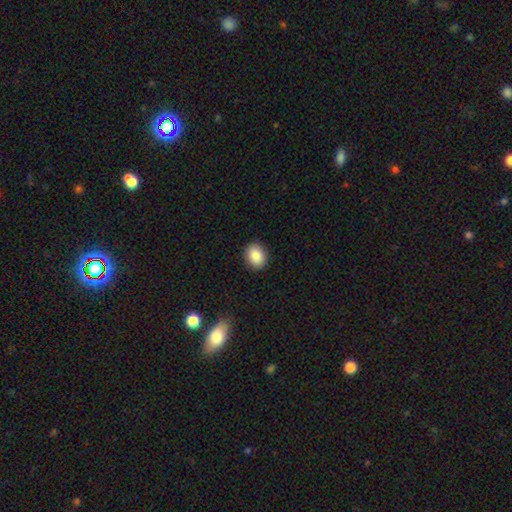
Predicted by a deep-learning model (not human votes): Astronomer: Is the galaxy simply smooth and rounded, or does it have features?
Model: smooth — 87%.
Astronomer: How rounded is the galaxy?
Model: in between — 53% (runner-up: round, 46%).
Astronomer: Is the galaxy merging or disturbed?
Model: none — 90%.